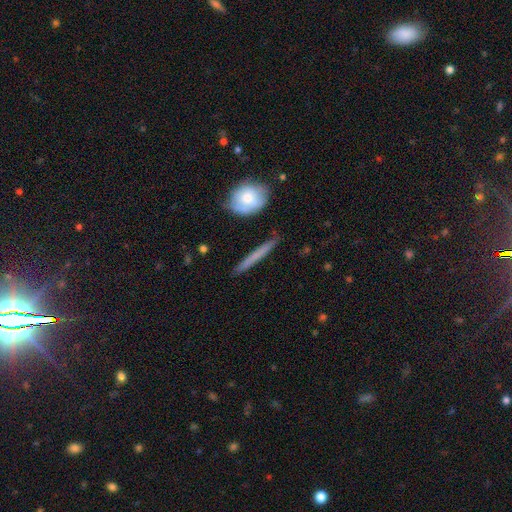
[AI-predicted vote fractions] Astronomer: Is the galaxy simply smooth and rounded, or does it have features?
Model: smooth — 57% (runner-up: featured or disk, 37%).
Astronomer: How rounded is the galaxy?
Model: cigar-shaped — 93%.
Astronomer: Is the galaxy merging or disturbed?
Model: none — 86%.